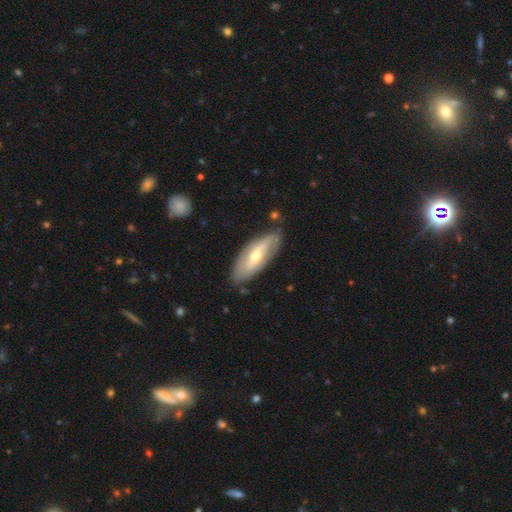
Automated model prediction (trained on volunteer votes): Overall: featured or disk (66%; smooth 29%). Edge-on disk: no (81%). Bar: weak (37%; no 33%). Spiral arms: yes (73%). Bulge size: moderate (54%; small 42%). Merging: none (79%).